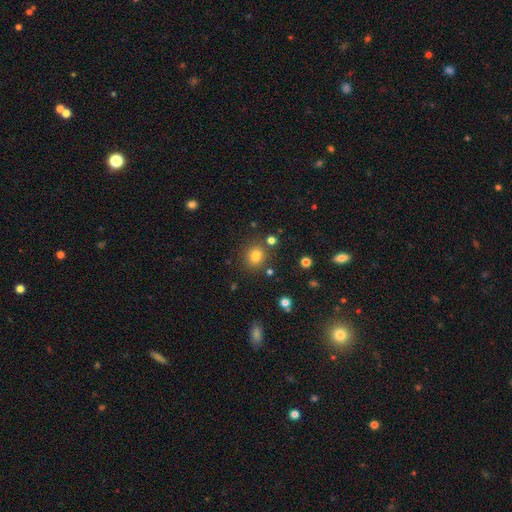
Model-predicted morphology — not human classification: smooth_or_featured: smooth (p=0.81) [alt: star or artifact p=0.14]
how_rounded: round (p=0.82) [alt: in between p=0.17]
merging: none (p=0.81) [alt: minor disturbance p=0.09]